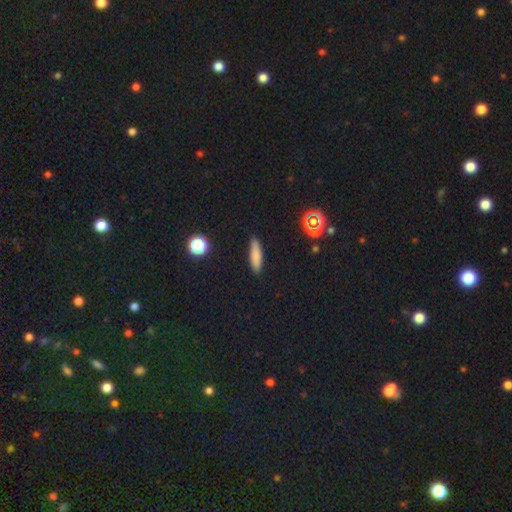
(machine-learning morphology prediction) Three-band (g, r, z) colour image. It shows a smooth galaxy with no disk features (81%) that is cigar-shaped (70%). Merging: none (87%).